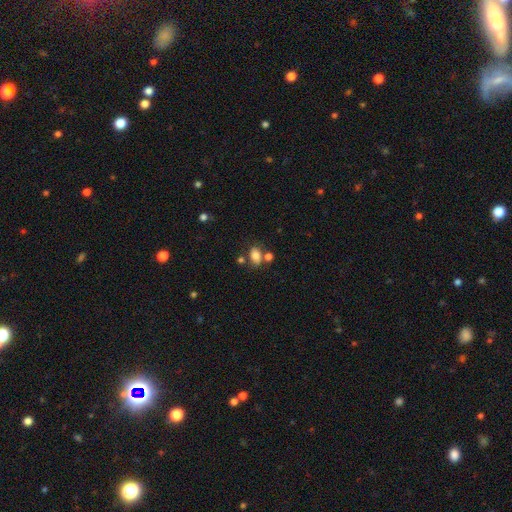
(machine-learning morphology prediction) This appears to be a smooth galaxy with no disk features (78%) that is in between round and cigar-shaped (78%). Merging: none (58%).